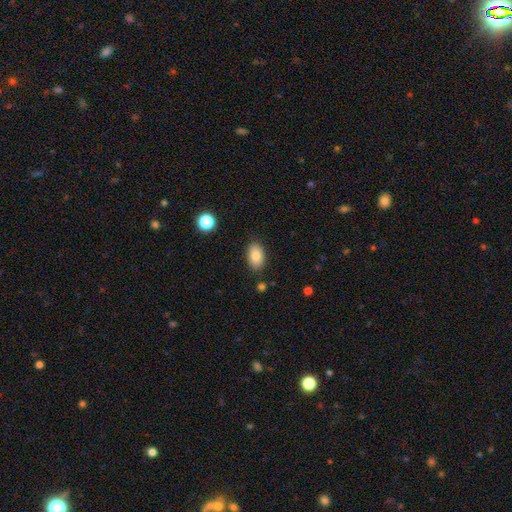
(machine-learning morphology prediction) Smooth or featured?
  - smooth: 83% *
  - featured or disk: 9%
  - star or artifact: 8%
How rounded?
  - in between: 91% *
  - round: 8%
  - cigar-shaped: 1%
Merging?
  - none: 84% *
  - minor disturbance: 11%
  - major disturbance: 2%
  - merger: 2%